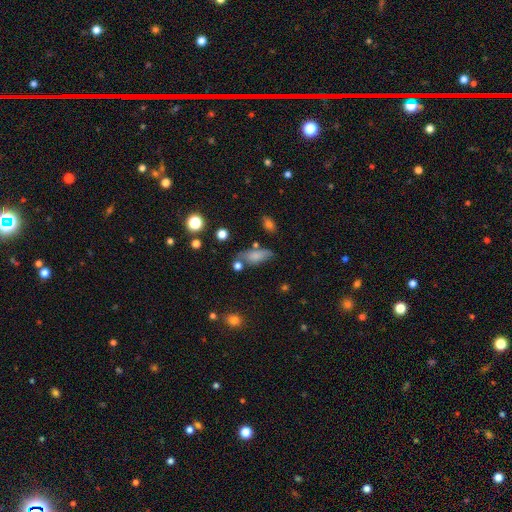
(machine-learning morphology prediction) Overall: smooth (75%). How rounded: in between (78%). Merging: none (56%; minor disturbance 25%).